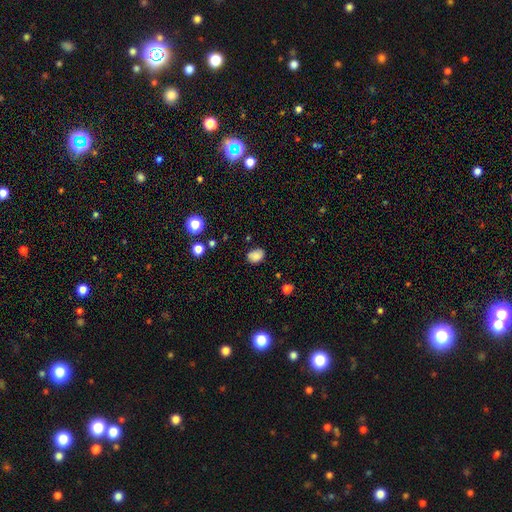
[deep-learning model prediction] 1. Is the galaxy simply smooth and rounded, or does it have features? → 82% smooth, 11% star or artifact, 7% featured or disk.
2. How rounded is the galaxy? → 71% in between, 28% round, 1% cigar-shaped.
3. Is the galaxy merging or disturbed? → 76% none, 18% minor disturbance, 4% major disturbance, 2% merger.